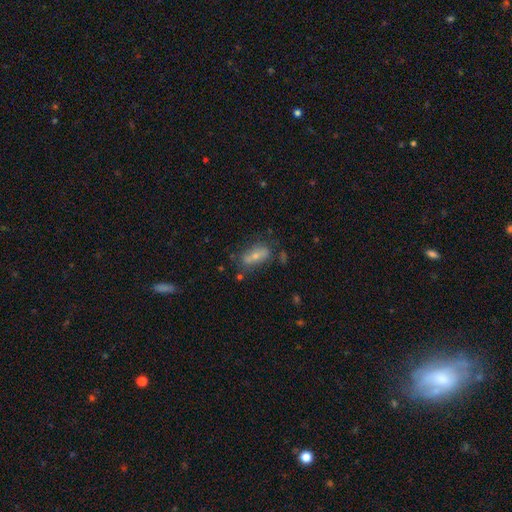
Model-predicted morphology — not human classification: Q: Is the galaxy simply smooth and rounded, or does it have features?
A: smooth — 56%.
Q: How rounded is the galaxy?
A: in between — 77%.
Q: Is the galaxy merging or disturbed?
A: none — 62%.